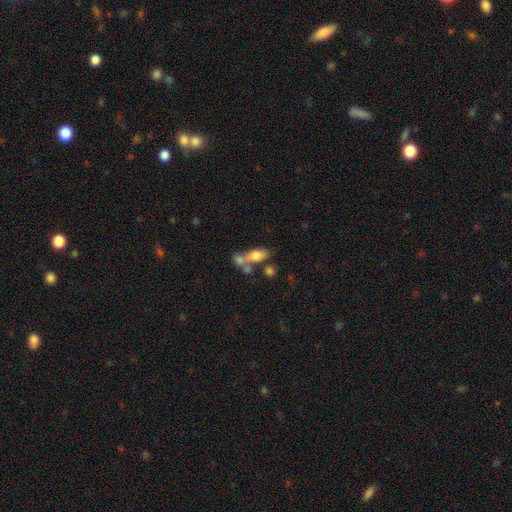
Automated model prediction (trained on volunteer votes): A smooth galaxy with no disk features (69%) that is in between round and cigar-shaped (80%). Merging: merger (48%).